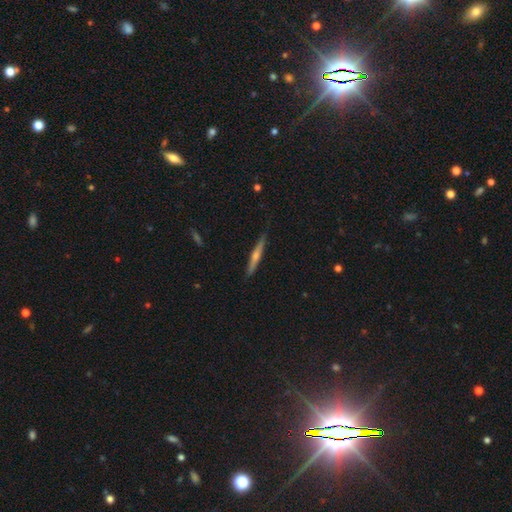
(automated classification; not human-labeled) Smooth or featured?
  - featured or disk: 62% *
  - smooth: 32%
  - star or artifact: 6%
Edge-on disk?
  - yes: 97% *
  - no: 3%
Edge-on bulge?
  - rounded: 77% *
  - none: 19%
  - boxy: 4%
Merging?
  - none: 88% *
  - minor disturbance: 9%
  - major disturbance: 1%
  - merger: 1%